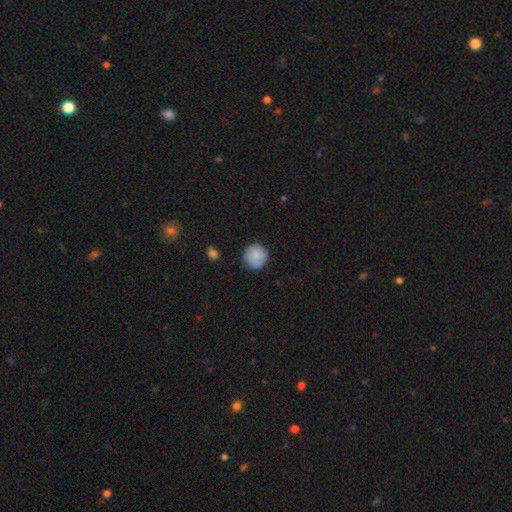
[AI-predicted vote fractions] The model was most divided on "merging": none: 86%, minor disturbance: 10%, major disturbance: 2%, merger: 2%. More confident: how rounded — round (95%); smooth or featured — smooth (87%).